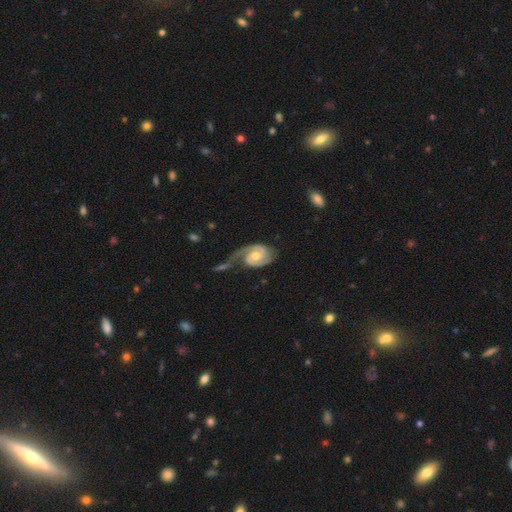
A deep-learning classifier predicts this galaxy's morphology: Smooth or featured? Predicted: featured or disk (p=0.86). Edge-on disk? Predicted: no (p=0.97). Bar? Predicted: no (p=0.56). Spiral arms? Predicted: yes (p=0.97). Spiral winding? Predicted: medium (p=0.42, tied with tight). Spiral arm count? Predicted: 2 (p=0.80). Bulge size? Predicted: moderate (p=0.67). Merging? Predicted: none (p=0.42).